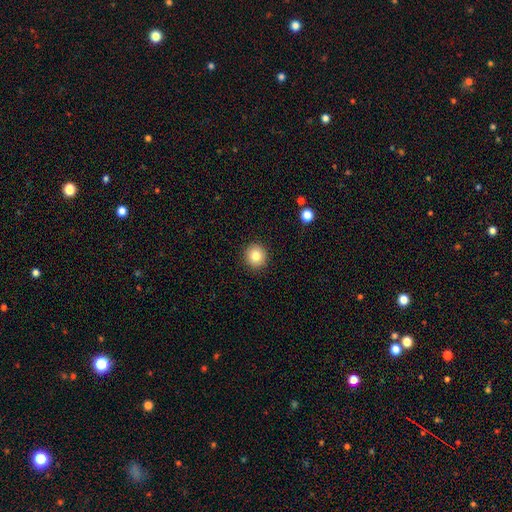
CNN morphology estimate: Smooth or featured? smooth (83%)
How rounded? round (92%)
Merging? none (92%)